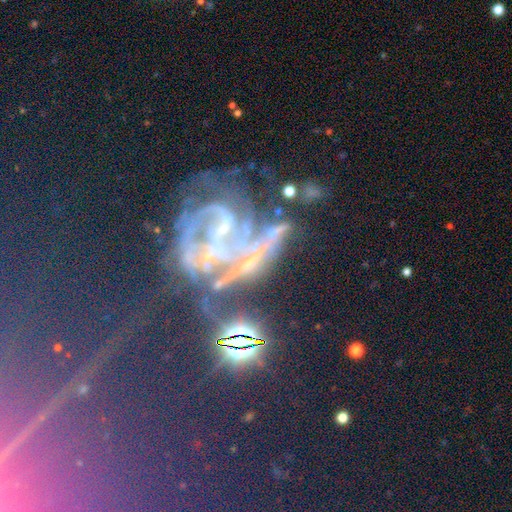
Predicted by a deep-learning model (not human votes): A featured or disk galaxy (66%) with no bar (55%), spiral arms (68%) and a small central bulge (47%). Merging: major disturbance (39%).